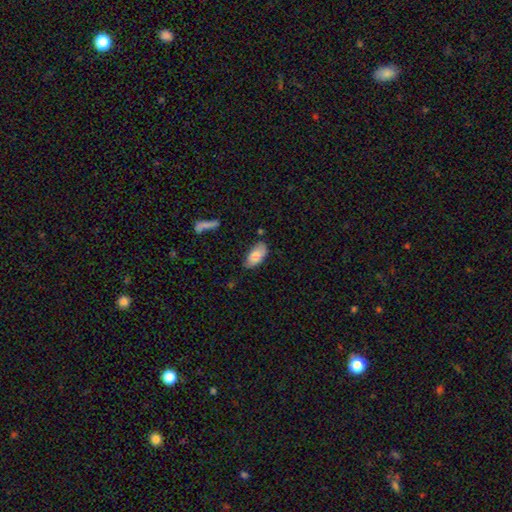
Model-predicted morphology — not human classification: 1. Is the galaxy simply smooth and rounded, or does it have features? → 80% smooth, 13% featured or disk, 6% star or artifact.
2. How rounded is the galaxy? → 93% in between, 4% cigar-shaped, 2% round.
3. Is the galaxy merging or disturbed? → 66% none, 26% minor disturbance, 5% major disturbance, 3% merger.